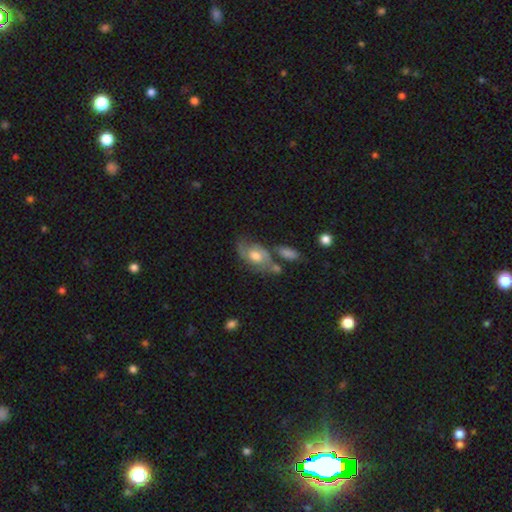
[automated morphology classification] type=featured or disk (58%); edge-on=no (93%); bar=no (66%); spiral arms=yes (78%); bulge=moderate (60%); merging=none (49%).